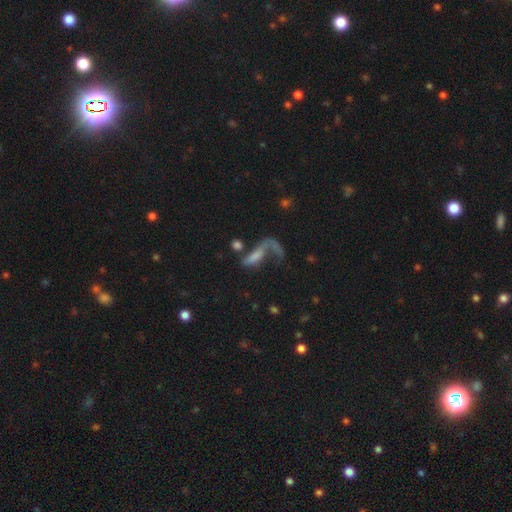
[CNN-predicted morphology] Smooth or featured? featured or disk (48%)
Merging? major disturbance (37%)